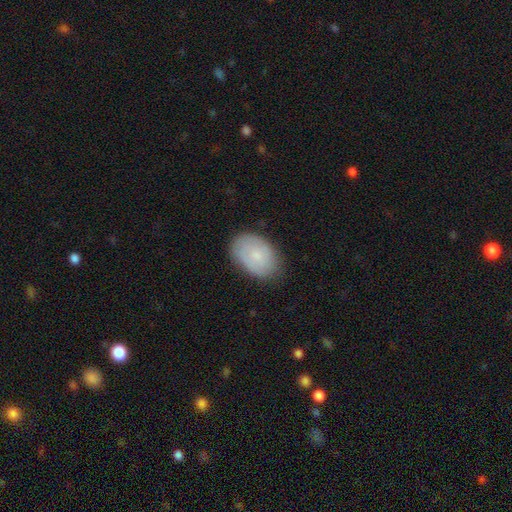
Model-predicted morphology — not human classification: Overall: smooth (66%; featured or disk 27%). How rounded: in between (86%). Merging: none (77%).